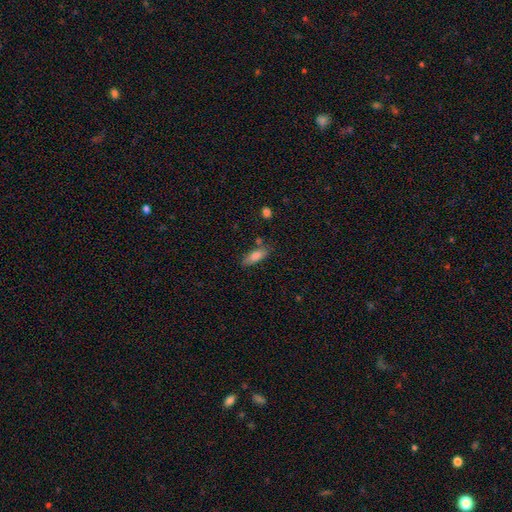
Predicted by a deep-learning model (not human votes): A smooth galaxy with no disk features (78%) that is in between round and cigar-shaped (60%). Merging: none (72%).